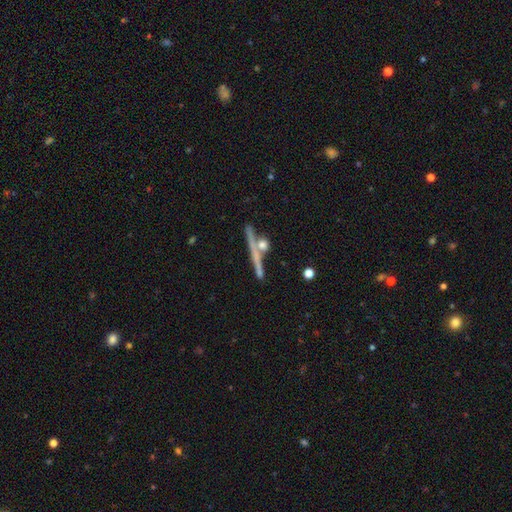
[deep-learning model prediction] Q: Smooth or featured?
A: featured or disk (54%); runner-up: smooth (28%)
Q: Edge-on disk?
A: yes (75%); runner-up: no (25%)
Q: Merging?
A: none (61%); runner-up: merger (17%)